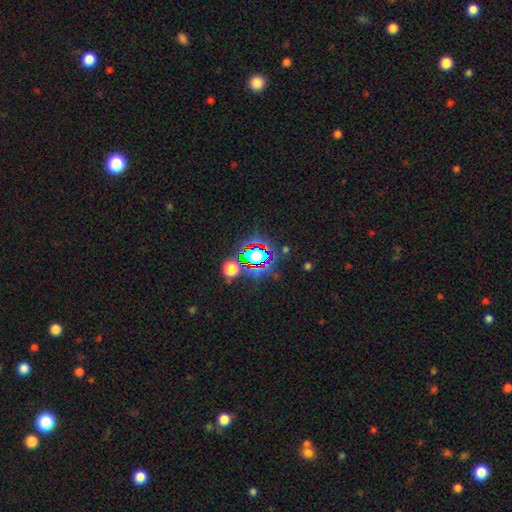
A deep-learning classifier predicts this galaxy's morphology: A star or artifact, not a galaxy (62%).

Vote fractions:
- Smooth or featured? star or artifact: 62% / smooth: 25% / featured or disk: 13%